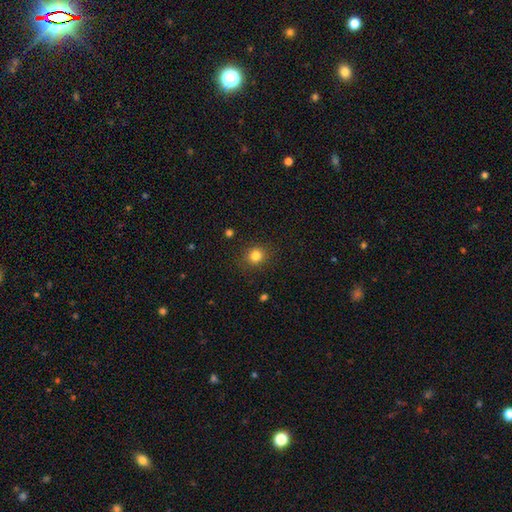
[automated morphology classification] type=smooth (82%); roundness=round (84%); merging=none (88%).